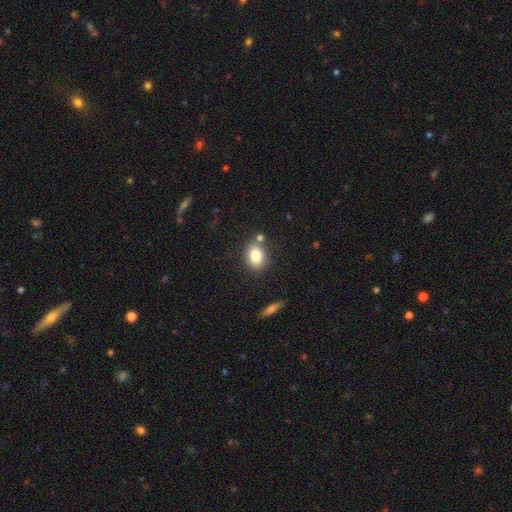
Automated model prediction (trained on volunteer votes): Smooth or featured?
  - smooth: 81% *
  - featured or disk: 10%
  - star or artifact: 9%
How rounded?
  - in between: 61% *
  - round: 38%
  - cigar-shaped: 1%
Merging?
  - none: 76% *
  - minor disturbance: 12%
  - merger: 10%
  - major disturbance: 3%